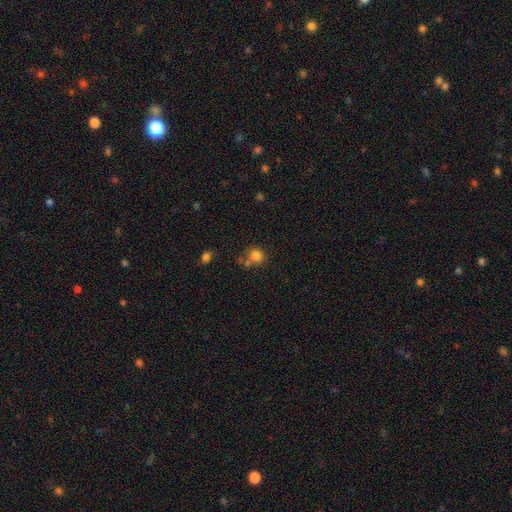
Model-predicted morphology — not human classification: This appears to be a smooth galaxy with no disk features (82%) that is round (85%). Merging: none (63%).